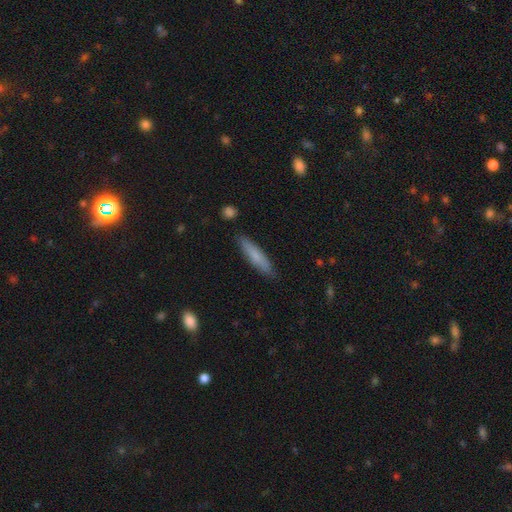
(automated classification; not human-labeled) The model was most divided on "smooth or featured": smooth: 75%, featured or disk: 19%, star or artifact: 6%. More confident: merging — none (86%); how rounded — cigar-shaped (82%).